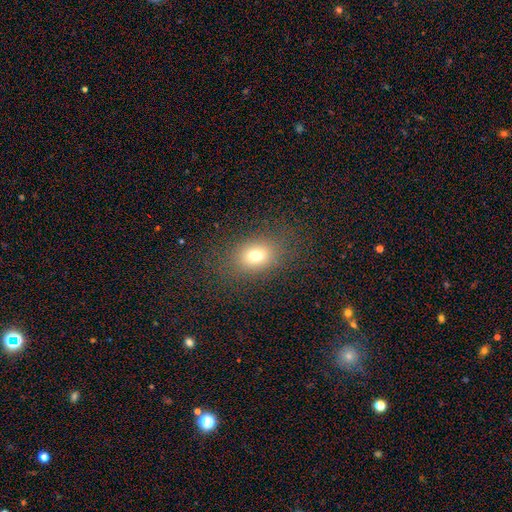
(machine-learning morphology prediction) Smooth or featured? smooth (73%)
How rounded? in between (62%)
Merging? none (82%)